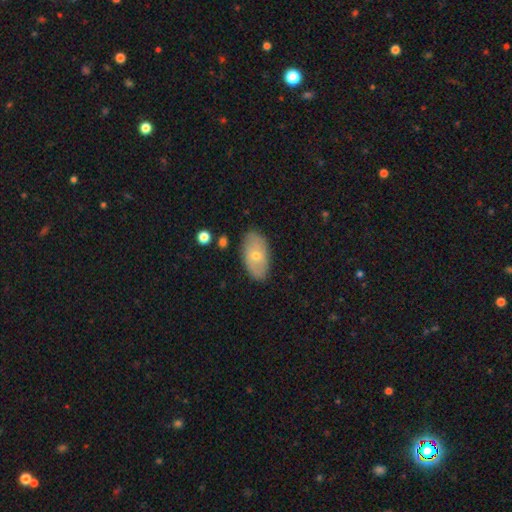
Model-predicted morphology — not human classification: This is possibly a smooth galaxy (58%). How rounded: clearly in between (93%). Merging: clearly none (85%).